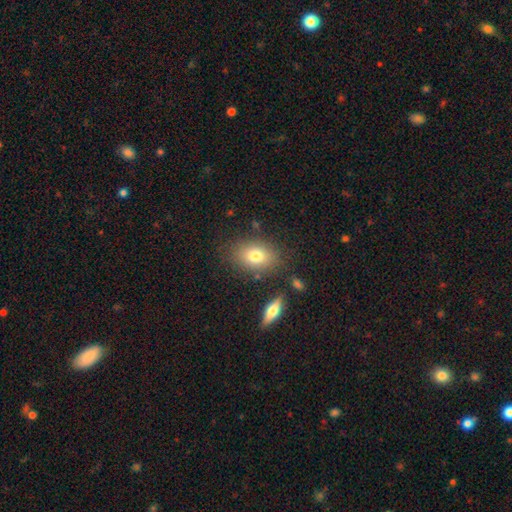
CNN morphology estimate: smooth 77%, featured or disk 13%, star or artifact 10%. Down the decision tree: how rounded — in between (75%); merging — none (78%).